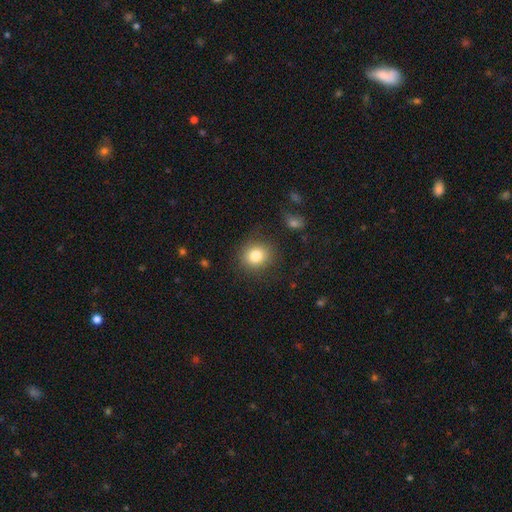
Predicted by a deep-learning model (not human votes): The model was most divided on "how rounded": round: 81%, in between: 18%, cigar-shaped: 1%. More confident: merging — none (85%); smooth or featured — smooth (81%).